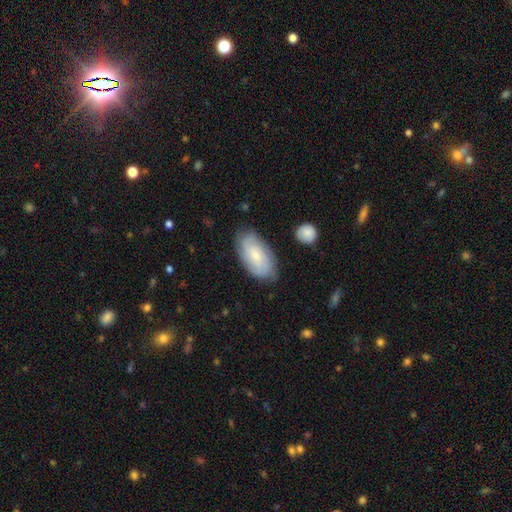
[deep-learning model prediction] A featured or disk galaxy (58%) with no bar (66%), spiral arms (89%) and a small central bulge (69%). Merging: none (78%).